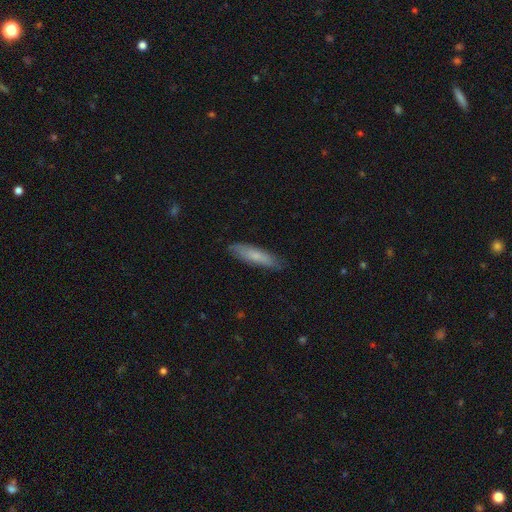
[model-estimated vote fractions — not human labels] Smooth or featured?
  - smooth: 71% *
  - featured or disk: 24%
  - star or artifact: 5%
How rounded?
  - cigar-shaped: 76% *
  - in between: 23%
  - round: 1%
Merging?
  - none: 84% *
  - minor disturbance: 13%
  - major disturbance: 2%
  - merger: 1%